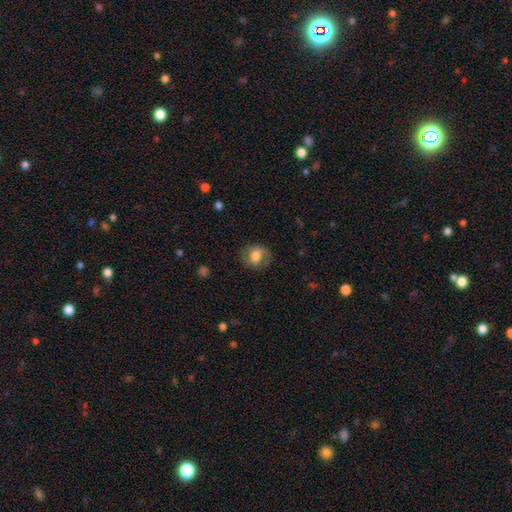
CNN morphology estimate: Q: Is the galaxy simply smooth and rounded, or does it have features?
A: smooth — 59%.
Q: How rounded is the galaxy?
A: round — 60%.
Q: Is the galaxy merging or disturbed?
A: none — 76%.